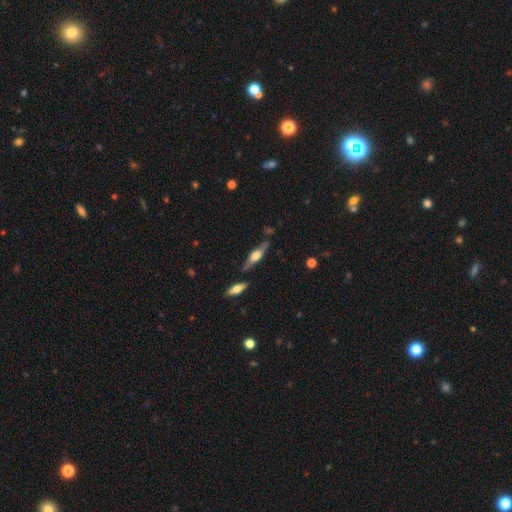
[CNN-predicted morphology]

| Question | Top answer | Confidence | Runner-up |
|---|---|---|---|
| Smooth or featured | featured or disk | 61% | smooth (33%) |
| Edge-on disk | yes | 91% | no (9%) |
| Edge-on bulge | rounded | 86% | boxy (11%) |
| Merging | none | 77% | minor disturbance (14%) |